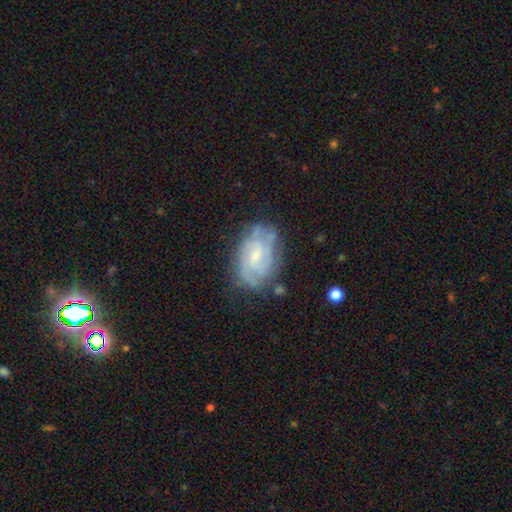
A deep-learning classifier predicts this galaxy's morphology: Overall: featured or disk (74%). Edge-on disk: no (97%). Bar: weak (48%; no 44%). Spiral arms: yes (85%). Spiral arm count: can't tell (41%; 2 32%). Spiral winding: tight (54%; medium 35%). Bulge size: small (54%; moderate 33%). Merging: none (67%).